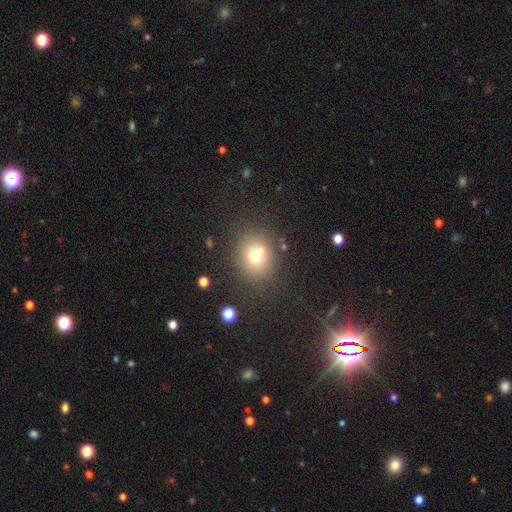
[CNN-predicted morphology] The model was most divided on "how rounded": round: 69%, in between: 30%, cigar-shaped: 1%. More confident: merging — none (70%); smooth or featured — smooth (70%).